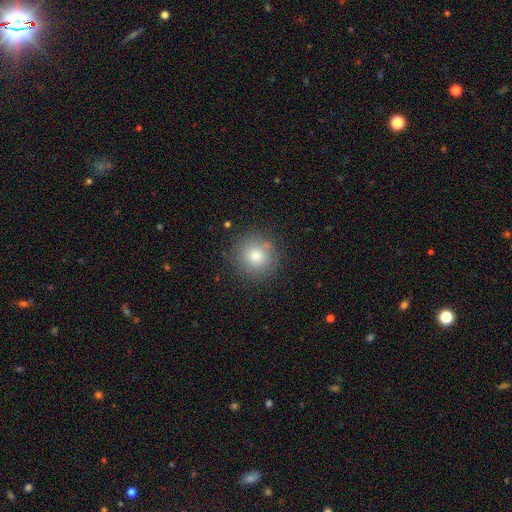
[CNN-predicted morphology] A smooth galaxy with no disk features (81%) that is round (93%). Merging: none (87%).